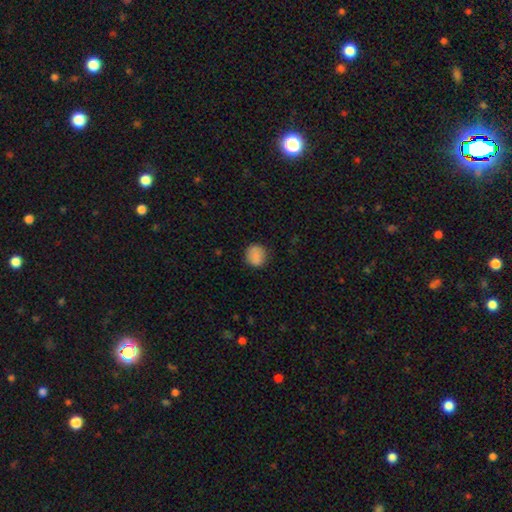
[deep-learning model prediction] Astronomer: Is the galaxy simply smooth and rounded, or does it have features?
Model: smooth — 86%.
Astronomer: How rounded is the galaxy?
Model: round — 84%.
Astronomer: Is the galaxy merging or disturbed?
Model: none — 84%.